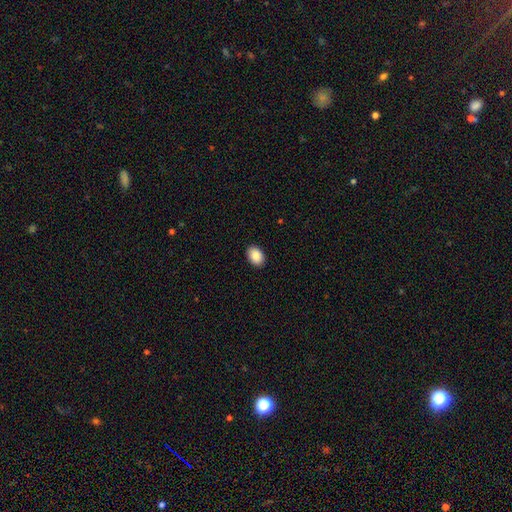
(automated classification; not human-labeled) Smooth or featured? Predicted: smooth (p=0.89). How rounded? Predicted: in between (p=0.82). Merging? Predicted: none (p=0.91).